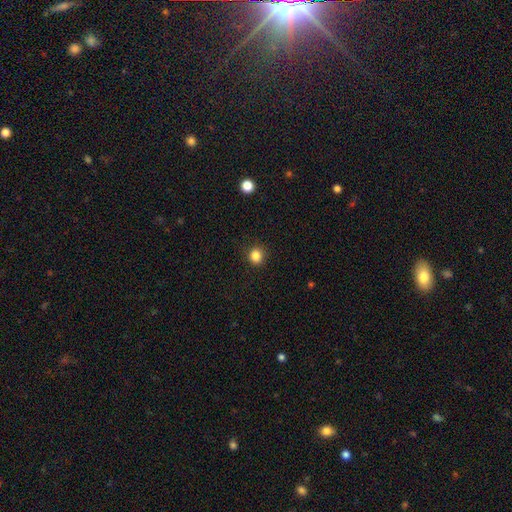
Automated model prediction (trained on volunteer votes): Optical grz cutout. It shows a smooth galaxy with no disk features (85%) that is round (86%). Merging: none (90%).